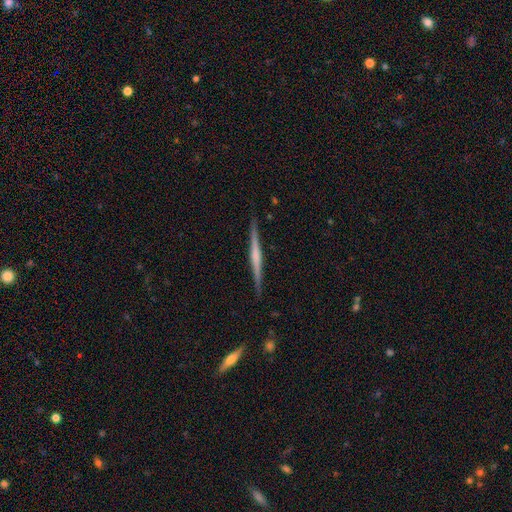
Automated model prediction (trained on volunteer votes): Smooth or featured: featured or disk — 70% (smooth — 25%)
Edge-on disk: yes — 98% (no — 2%)
Edge-on bulge: none — 40% (rounded — 39%)
Merging: none — 91% (minor disturbance — 7%)